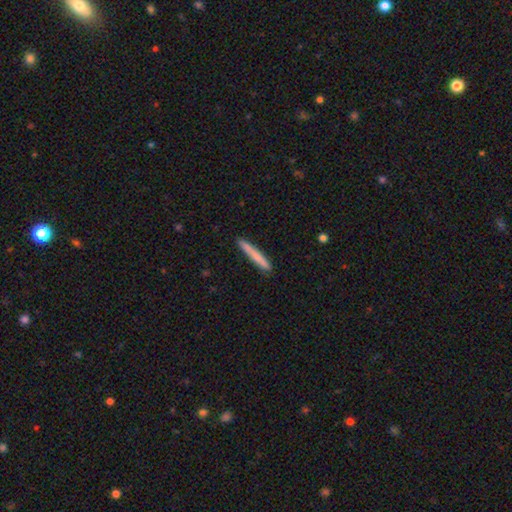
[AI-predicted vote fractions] smooth-or-featured: smooth: 75% | featured or disk: 20% | star or artifact: 6%
  how-rounded: cigar-shaped: 96% | in between: 2% | round: 1%
  merging: none: 89% | minor disturbance: 8% | major disturbance: 1% | merger: 1%